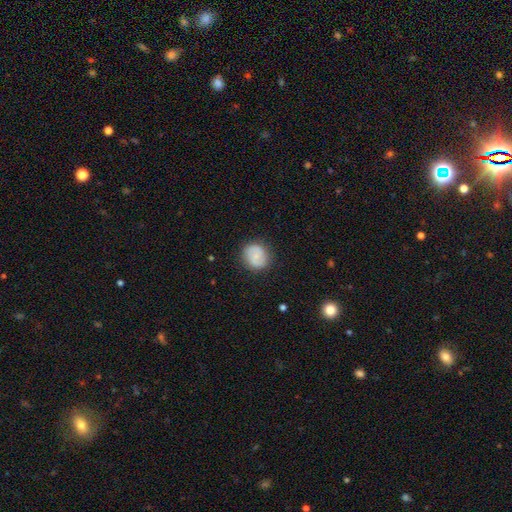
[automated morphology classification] This appears to be a smooth galaxy with no disk features (58%) that is round (76%). Merging: none (84%).